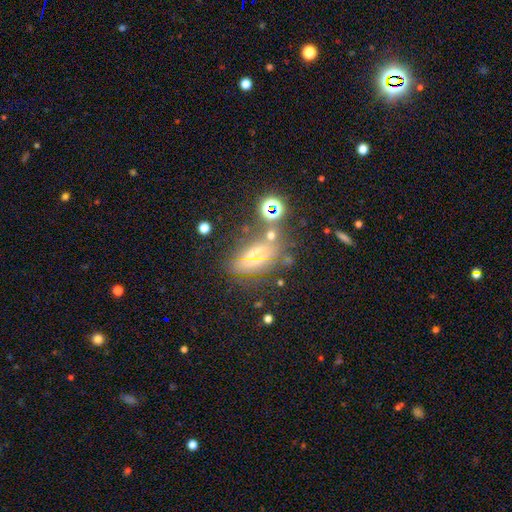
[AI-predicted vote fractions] Smooth or featured? smooth (36%)
Merging? none (61%)